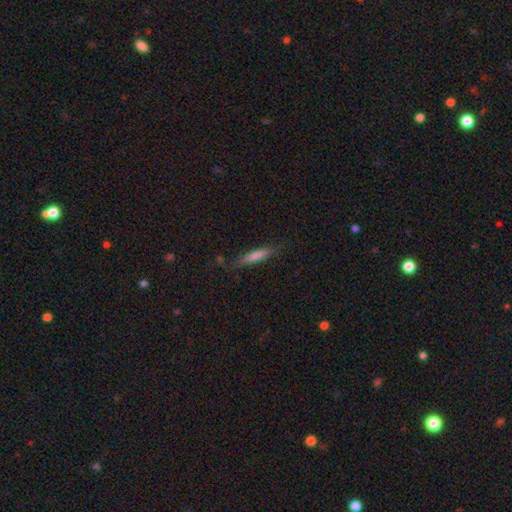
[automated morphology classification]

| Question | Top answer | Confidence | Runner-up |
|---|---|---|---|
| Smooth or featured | smooth | 69% | featured or disk (24%) |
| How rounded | cigar-shaped | 89% | in between (9%) |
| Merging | none | 83% | minor disturbance (13%) |